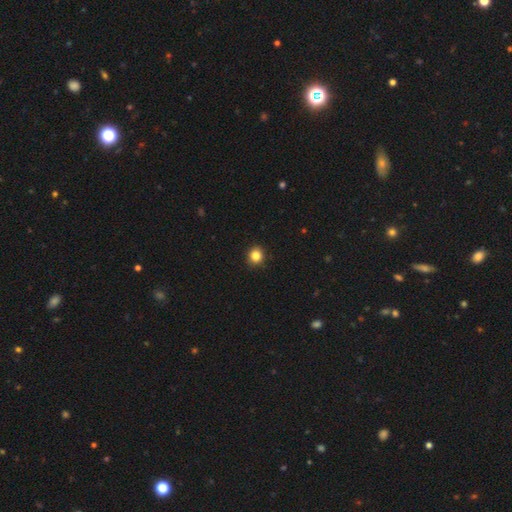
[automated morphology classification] smooth-or-featured: smooth: 84% | star or artifact: 11% | featured or disk: 4%
  how-rounded: round: 88% | in between: 11% | cigar-shaped: 1%
  merging: none: 91% | minor disturbance: 6% | major disturbance: 2% | merger: 1%